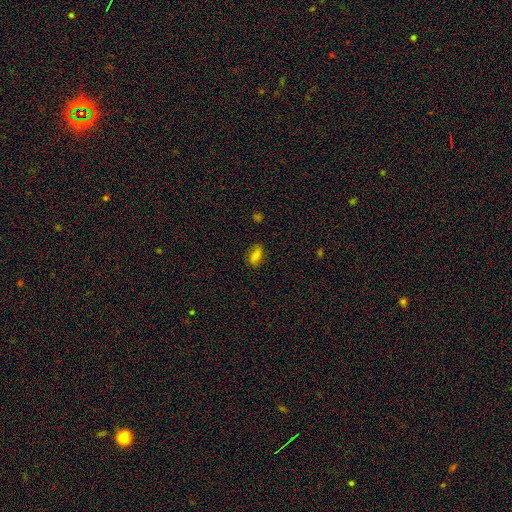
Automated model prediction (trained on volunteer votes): A smooth galaxy with no disk features (79%) that is in between round and cigar-shaped (86%). Merging: none (81%).